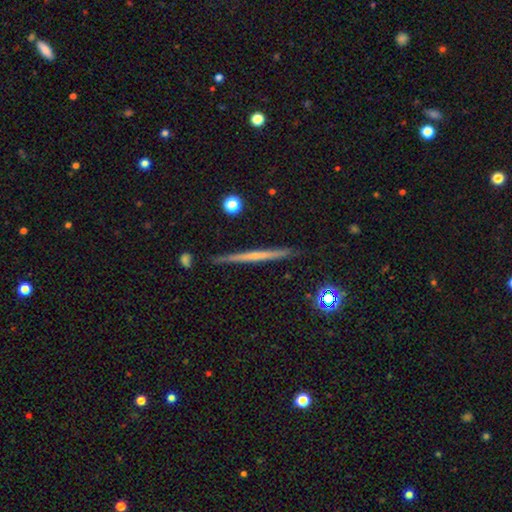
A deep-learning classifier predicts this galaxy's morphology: Smooth or featured?
  - featured or disk: 58% *
  - smooth: 34%
  - star or artifact: 8%
Edge-on disk?
  - yes: 98% *
  - no: 2%
Edge-on bulge?
  - none: 68% *
  - rounded: 26%
  - boxy: 5%
Merging?
  - none: 90% *
  - minor disturbance: 8%
  - merger: 1%
  - major disturbance: 1%